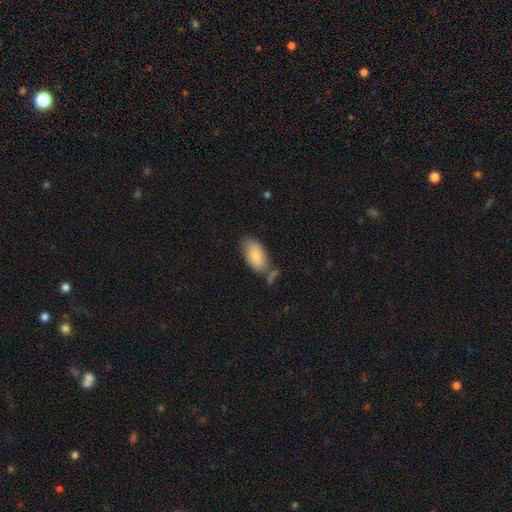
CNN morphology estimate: Q: Smooth or featured?
A: smooth (83%); runner-up: featured or disk (11%)
Q: How rounded?
A: in between (94%); runner-up: round (3%)
Q: Merging?
A: none (61%); runner-up: minor disturbance (19%)